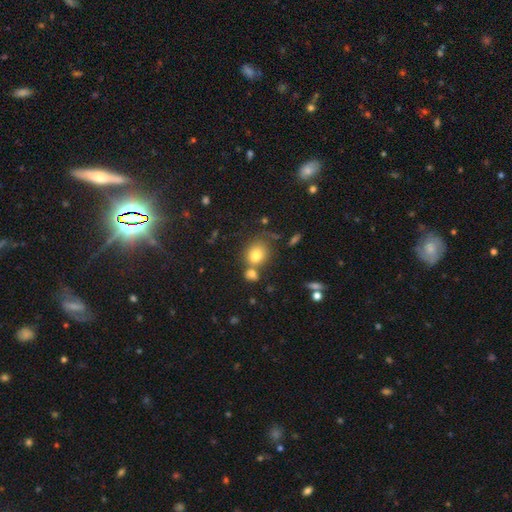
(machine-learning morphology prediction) Smooth or featured? smooth (78%)
How rounded? round (66%)
Merging? none (53%)